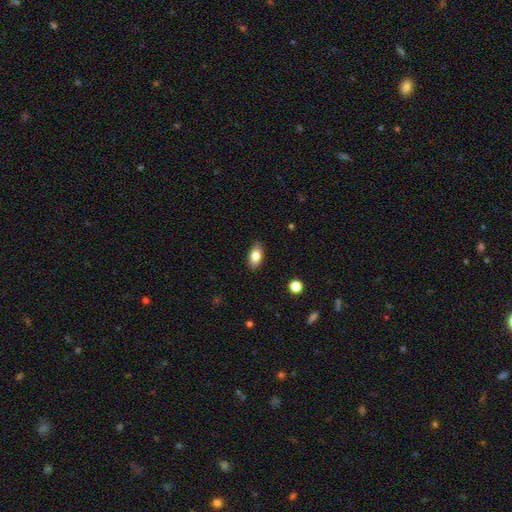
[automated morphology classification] smooth-or-featured: smooth: 80% | featured or disk: 12% | star or artifact: 8%
  how-rounded: in between: 89% | cigar-shaped: 6% | round: 5%
  merging: none: 88% | minor disturbance: 9% | major disturbance: 2% | merger: 1%